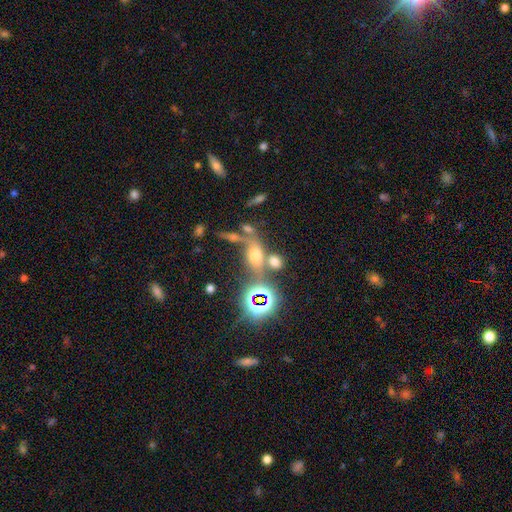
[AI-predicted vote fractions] smooth-or-featured: smooth: 47% | star or artifact: 31% | featured or disk: 22%
  merging: none: 44% | merger: 34% | minor disturbance: 12% | major disturbance: 9%